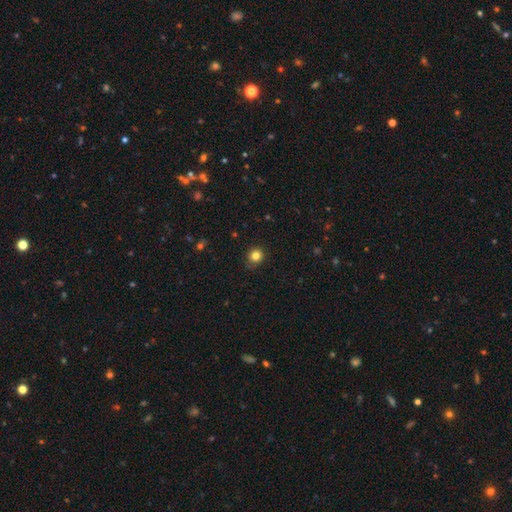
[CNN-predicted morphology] smooth-or-featured: smooth: 82% | star or artifact: 13% | featured or disk: 6%
  how-rounded: round: 88% | in between: 11% | cigar-shaped: 1%
  merging: none: 83% | minor disturbance: 13% | major disturbance: 3% | merger: 1%